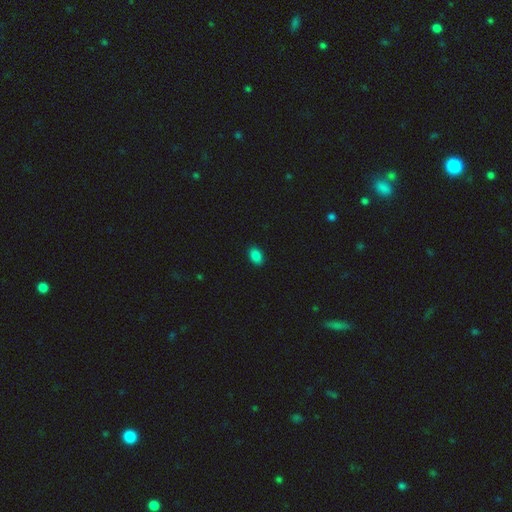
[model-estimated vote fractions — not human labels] This is clearly a smooth galaxy (86%). How rounded: clearly in between (83%). Merging: clearly none (90%).